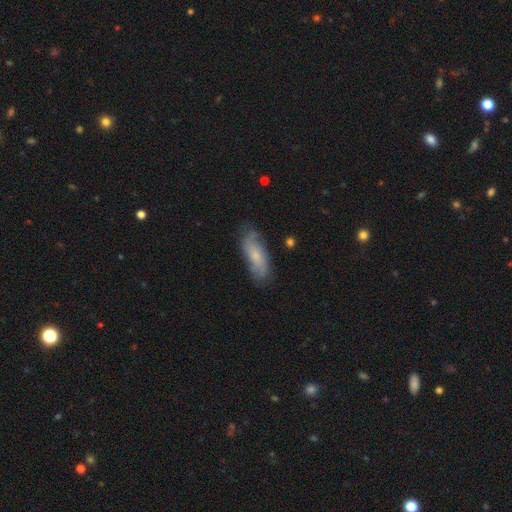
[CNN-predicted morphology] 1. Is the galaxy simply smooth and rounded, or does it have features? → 52% smooth, 41% featured or disk, 7% star or artifact.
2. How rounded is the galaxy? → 65% in between, 33% cigar-shaped, 2% round.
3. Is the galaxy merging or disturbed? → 73% none, 21% minor disturbance, 5% major disturbance, 2% merger.